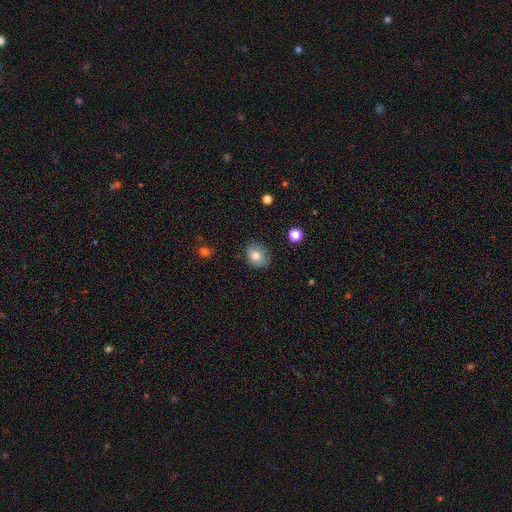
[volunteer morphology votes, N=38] A smooth galaxy with no disk features (74%) that is round (54%). Merging: none (62%).